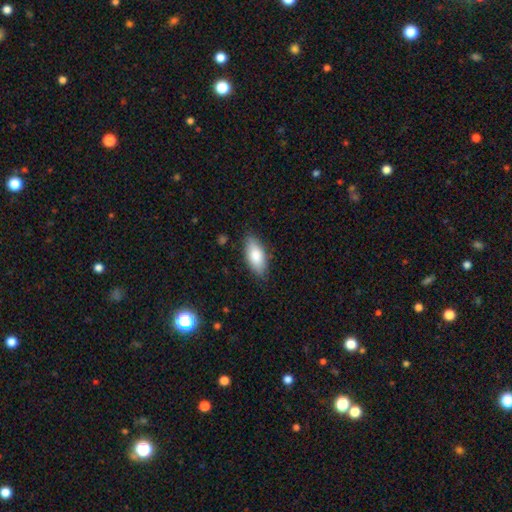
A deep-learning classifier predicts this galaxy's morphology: Overall: smooth (80%). How rounded: in between (85%). Merging: none (82%).